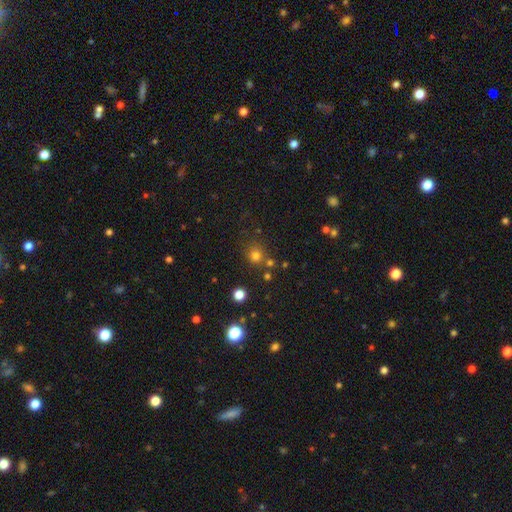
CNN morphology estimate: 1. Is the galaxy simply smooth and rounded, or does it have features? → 74% smooth, 20% star or artifact, 7% featured or disk.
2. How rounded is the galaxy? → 88% round, 11% in between, 1% cigar-shaped.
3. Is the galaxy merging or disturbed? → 74% none, 12% merger, 10% minor disturbance, 4% major disturbance.